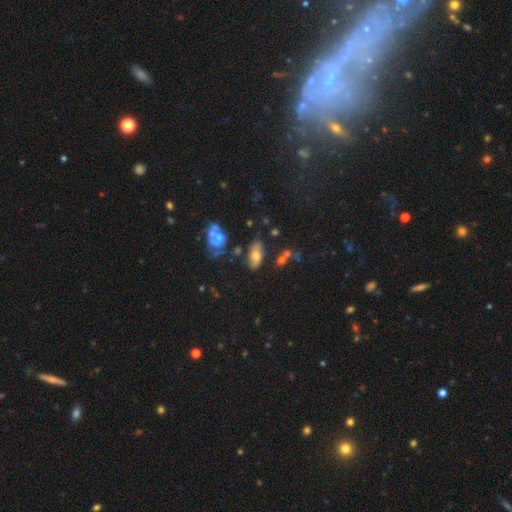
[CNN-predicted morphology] Smooth or featured?
  - smooth: 59% *
  - featured or disk: 29%
  - star or artifact: 12%
How rounded?
  - in between: 87% *
  - cigar-shaped: 7%
  - round: 6%
Merging?
  - none: 59% *
  - minor disturbance: 21%
  - merger: 12%
  - major disturbance: 8%